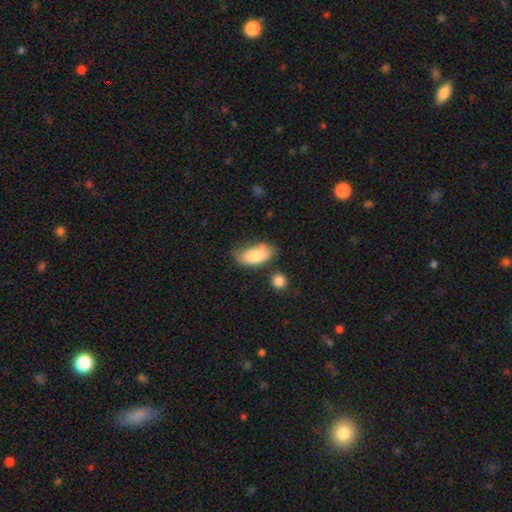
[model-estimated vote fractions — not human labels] A smooth galaxy with no disk features (81%) that is in between round and cigar-shaped (92%). Merging: none (58%).